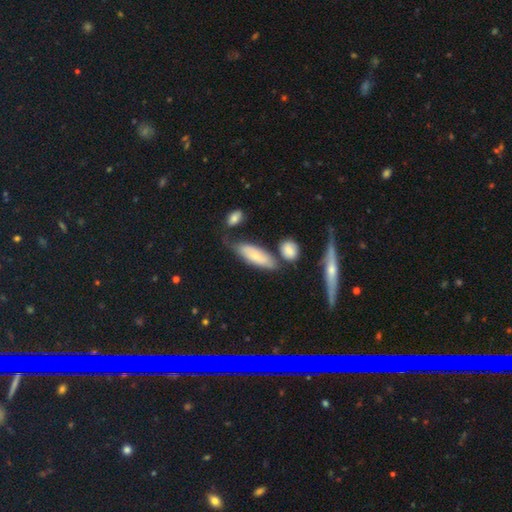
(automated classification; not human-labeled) A smooth galaxy with no disk features (65%) that is in between round and cigar-shaped (60%). Merging: none (56%).